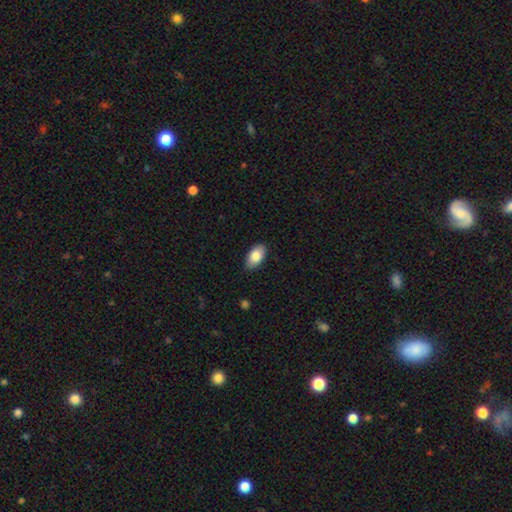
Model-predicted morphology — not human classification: The model was most divided on "smooth or featured": smooth: 84%, featured or disk: 9%, star or artifact: 7%. More confident: how rounded — in between (94%); merging — none (86%).